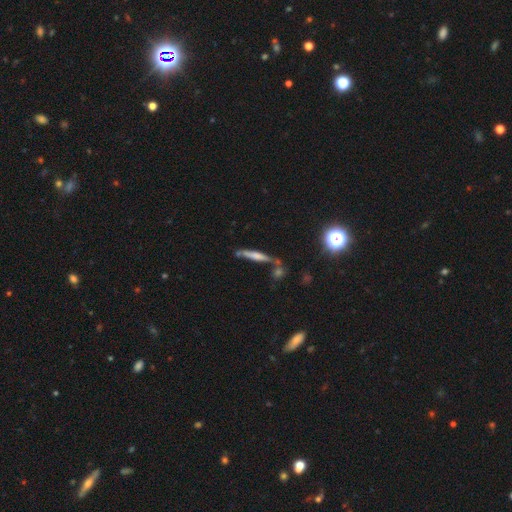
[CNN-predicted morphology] Overall: smooth (48%; featured or disk 41%). Merging: none (61%).